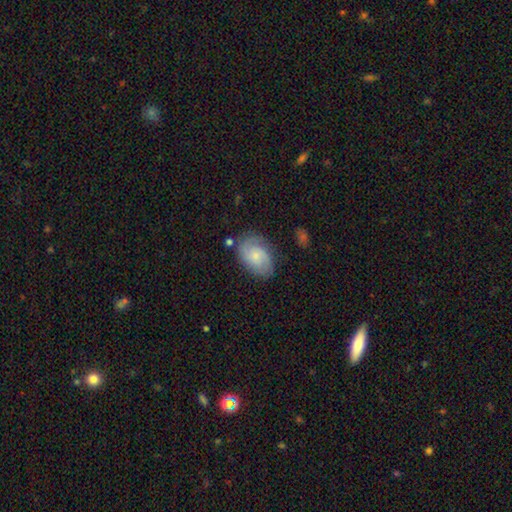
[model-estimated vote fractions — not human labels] Overall: featured or disk (52%; smooth 40%). Edge-on disk: no (97%). Bar: no (69%). Spiral arms: yes (88%). Bulge size: small (66%). Merging: none (71%).